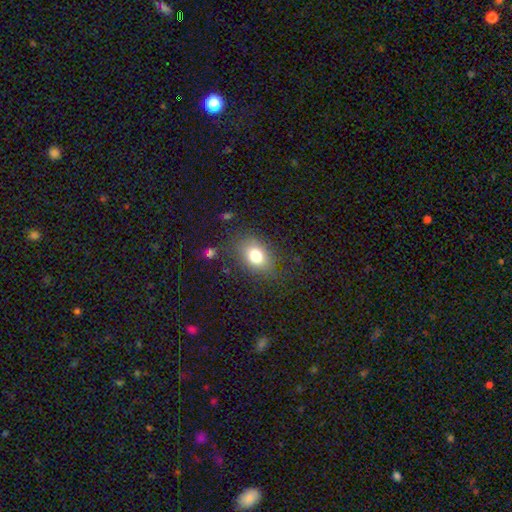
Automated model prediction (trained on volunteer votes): Smooth or featured? Predicted: smooth (p=0.77). How rounded? Predicted: in between (p=0.70). Merging? Predicted: none (p=0.78).